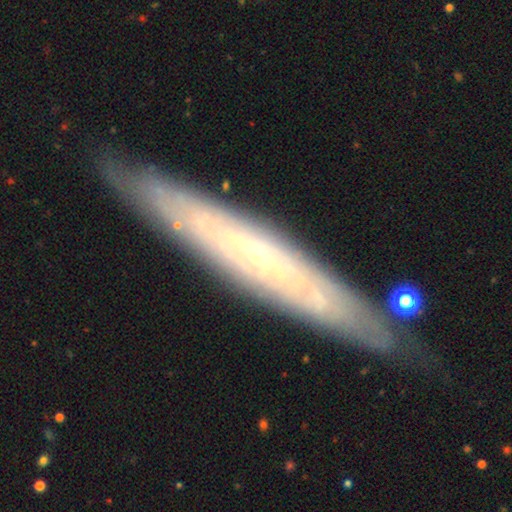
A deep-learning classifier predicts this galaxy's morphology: This is likely a featured or disk galaxy (74%). It is possibly viewed edge-on (59%). Merging: clearly none (84%).